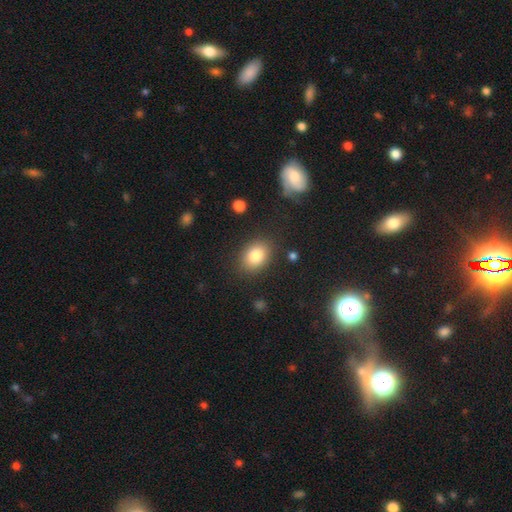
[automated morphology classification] smooth-or-featured: smooth: 83% | star or artifact: 9% | featured or disk: 8%
  how-rounded: in between: 67% | round: 32% | cigar-shaped: 1%
  merging: none: 84% | minor disturbance: 11% | major disturbance: 4% | merger: 2%